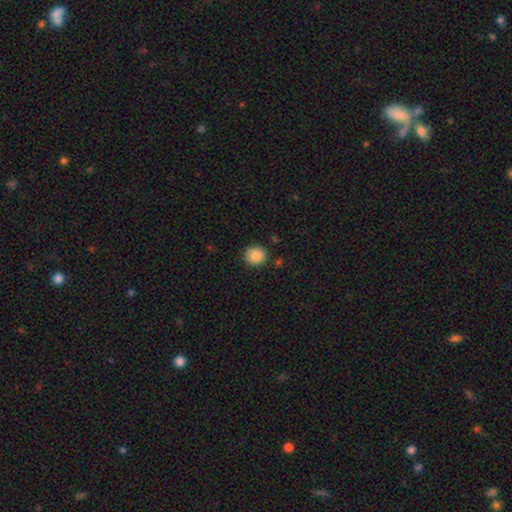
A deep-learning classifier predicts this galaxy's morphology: type=smooth (89%); roundness=round (86%); merging=none (88%).